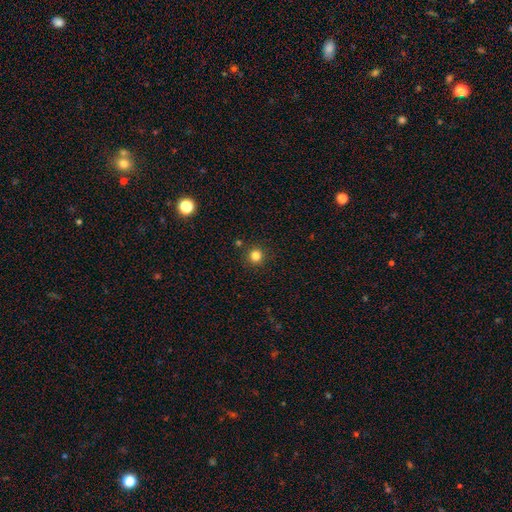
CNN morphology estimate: Q: Smooth or featured?
A: smooth (82%); runner-up: star or artifact (13%)
Q: How rounded?
A: round (95%); runner-up: in between (5%)
Q: Merging?
A: none (90%); runner-up: minor disturbance (6%)